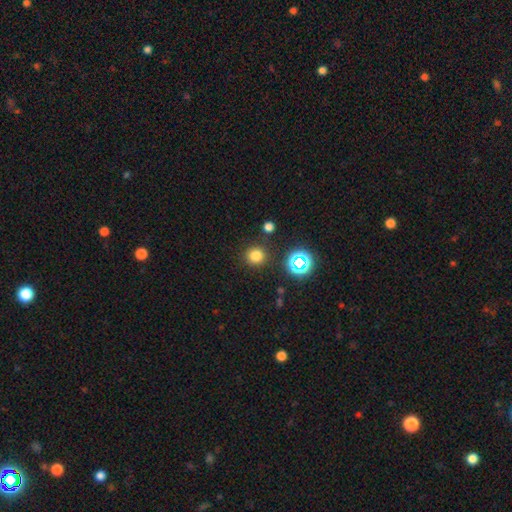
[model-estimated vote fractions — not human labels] Q: Smooth or featured?
A: smooth (76%); runner-up: star or artifact (19%)
Q: How rounded?
A: round (93%); runner-up: in between (6%)
Q: Merging?
A: none (87%); runner-up: minor disturbance (7%)